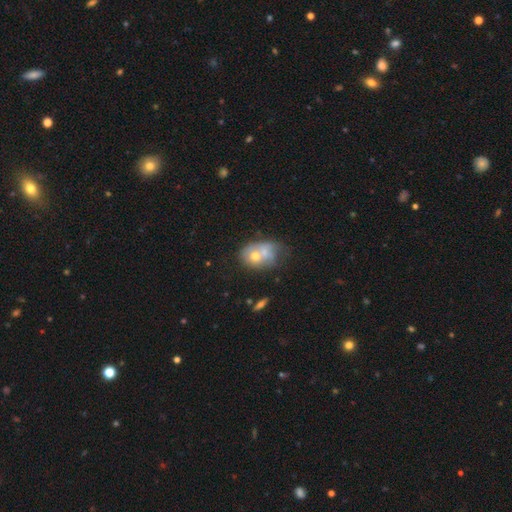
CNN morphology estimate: Smooth or featured? smooth (56%)
How rounded? in between (57%)
Merging? merger (49%)